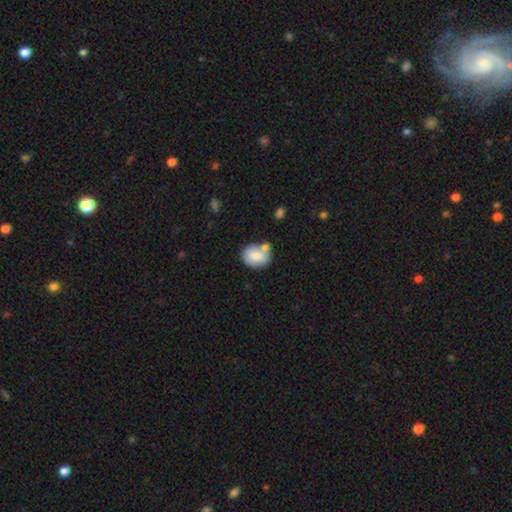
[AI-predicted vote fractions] Q: Smooth or featured?
A: smooth (75%); runner-up: featured or disk (18%)
Q: How rounded?
A: in between (53%); runner-up: round (46%)
Q: Merging?
A: none (54%); runner-up: merger (24%)